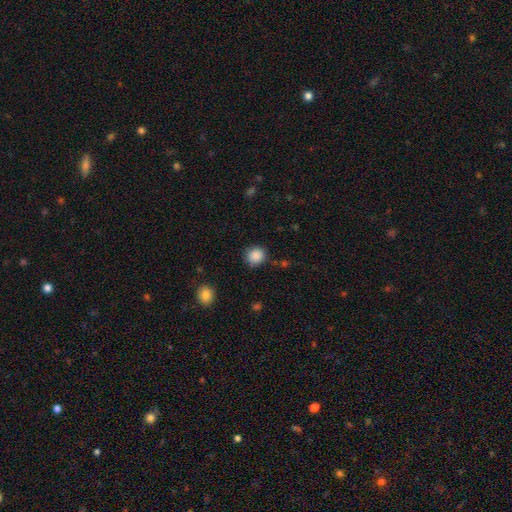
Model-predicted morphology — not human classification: Smooth or featured? Predicted: smooth (p=0.88). How rounded? Predicted: round (p=0.85). Merging? Predicted: none (p=0.84).